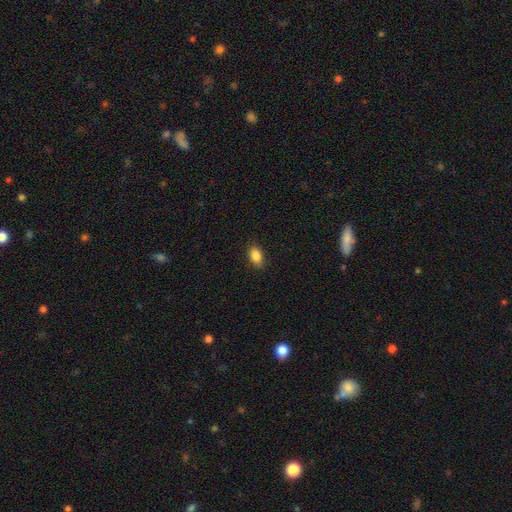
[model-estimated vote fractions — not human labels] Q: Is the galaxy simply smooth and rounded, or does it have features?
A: smooth — 87%.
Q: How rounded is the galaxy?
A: in between — 88%.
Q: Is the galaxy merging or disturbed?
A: none — 88%.